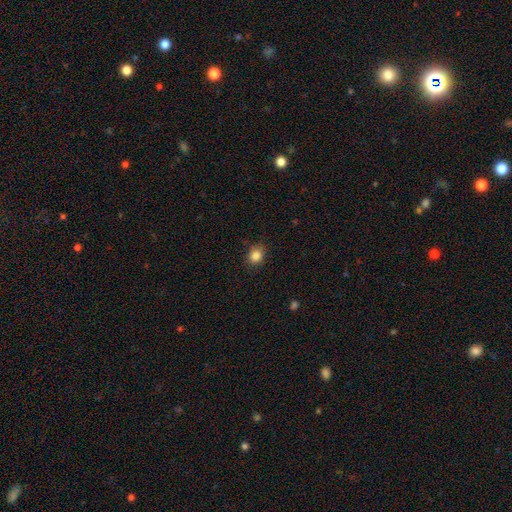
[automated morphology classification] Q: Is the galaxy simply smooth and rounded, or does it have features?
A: smooth — 85%.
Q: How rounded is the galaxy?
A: round — 65%.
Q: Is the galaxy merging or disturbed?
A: none — 83%.